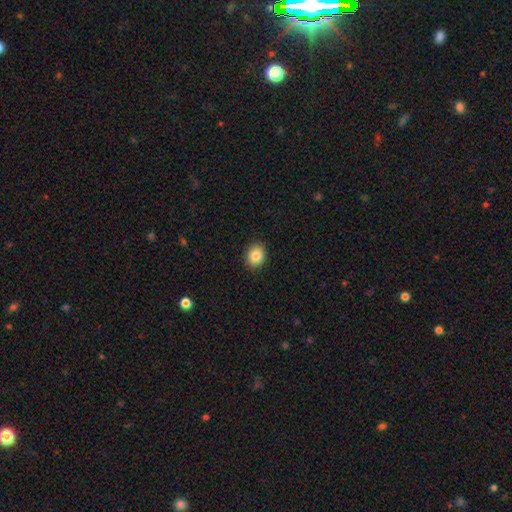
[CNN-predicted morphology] Smooth or featured?
  - smooth: 85% *
  - star or artifact: 9%
  - featured or disk: 6%
How rounded?
  - round: 57% *
  - in between: 42%
  - cigar-shaped: 1%
Merging?
  - none: 90% *
  - minor disturbance: 7%
  - major disturbance: 2%
  - merger: 1%